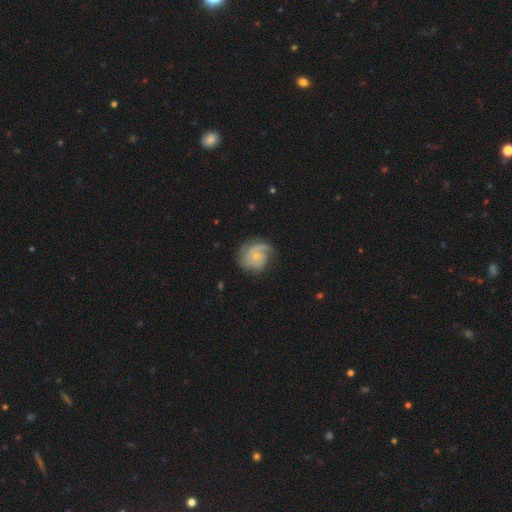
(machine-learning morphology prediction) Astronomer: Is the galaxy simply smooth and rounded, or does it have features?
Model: featured or disk — 77%.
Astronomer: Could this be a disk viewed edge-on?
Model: no — 98%.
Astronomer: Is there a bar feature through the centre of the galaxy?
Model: no — 74%.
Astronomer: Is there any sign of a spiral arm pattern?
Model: yes — 95%.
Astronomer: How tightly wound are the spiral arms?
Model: tight — 42% (runner-up: medium, 40%).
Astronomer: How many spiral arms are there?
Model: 2 — 36% (runner-up: 1, 27%).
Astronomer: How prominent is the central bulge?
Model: small — 73%.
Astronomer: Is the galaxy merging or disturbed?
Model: none — 69%.